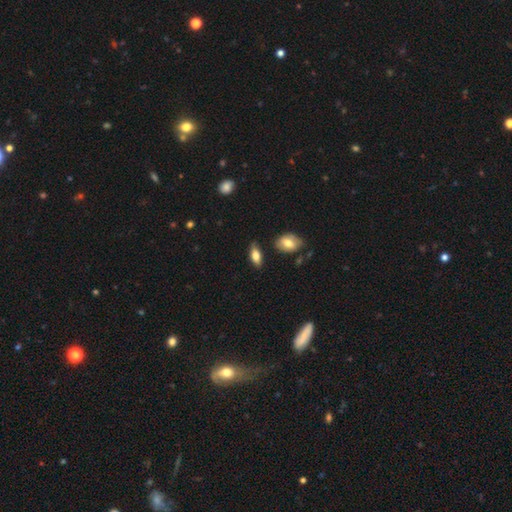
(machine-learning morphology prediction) A smooth galaxy with no disk features (72%) that is in between round and cigar-shaped (81%). Merging: none (76%).